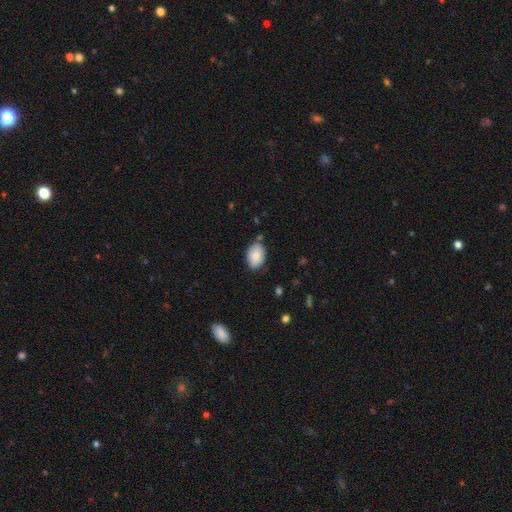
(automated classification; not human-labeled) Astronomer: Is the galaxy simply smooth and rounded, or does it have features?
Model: smooth — 84%.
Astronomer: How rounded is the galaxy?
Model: in between — 86%.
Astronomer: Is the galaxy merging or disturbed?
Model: none — 76%.